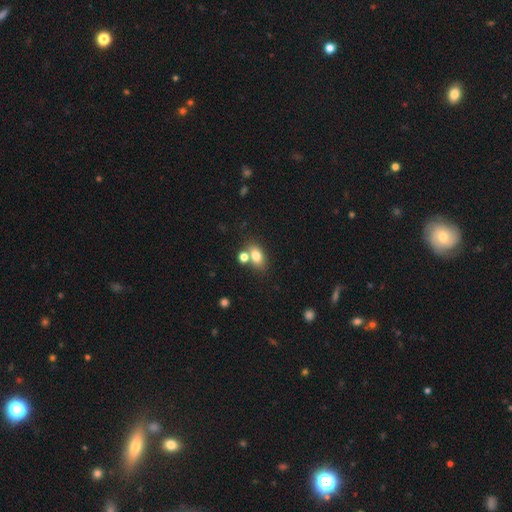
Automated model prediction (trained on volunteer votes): smooth_or_featured: smooth (p=0.77) [alt: featured or disk p=0.12]
how_rounded: in between (p=0.78) [alt: round p=0.19]
merging: none (p=0.57) [alt: merger p=0.28]